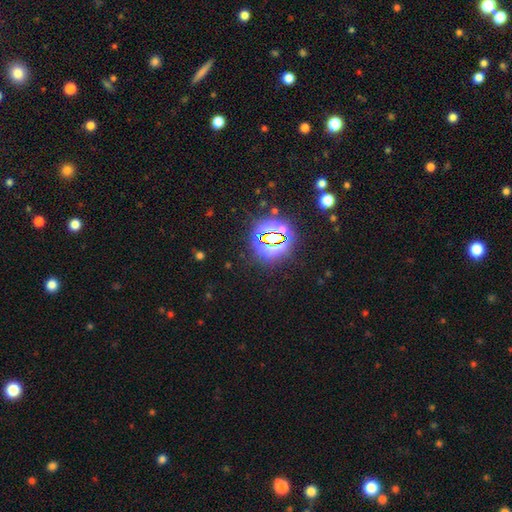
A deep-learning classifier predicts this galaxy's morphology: Smooth or featured: star or artifact — 80% (smooth — 13%)